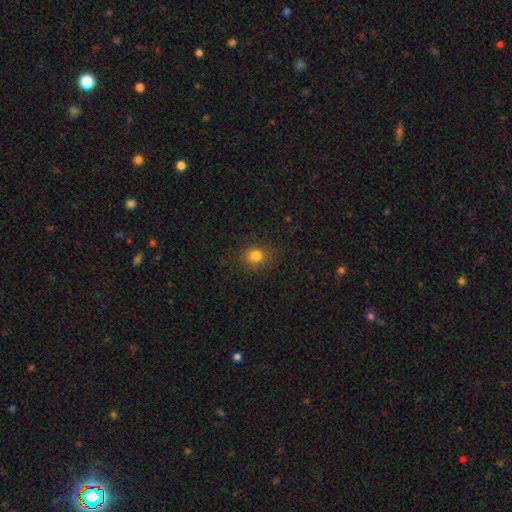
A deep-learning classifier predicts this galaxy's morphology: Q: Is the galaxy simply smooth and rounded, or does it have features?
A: smooth — 81%.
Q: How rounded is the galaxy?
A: round — 72%.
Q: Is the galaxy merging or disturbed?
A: none — 83%.